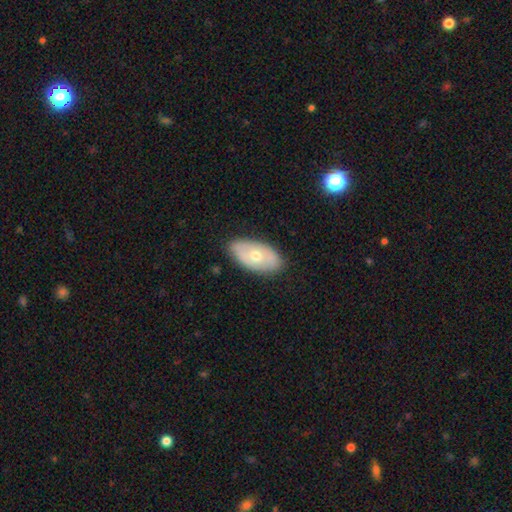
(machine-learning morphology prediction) type=smooth (50%); merging=none (83%).